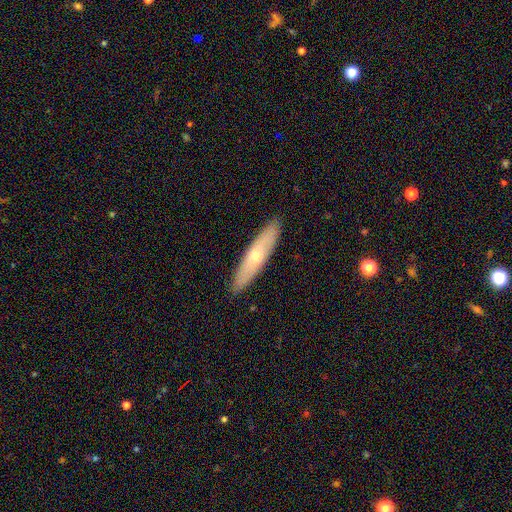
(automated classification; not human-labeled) The model was most divided on "smooth or featured": smooth: 51%, featured or disk: 43%, star or artifact: 6%. More confident: merging — none (90%); how rounded — cigar-shaped (81%).